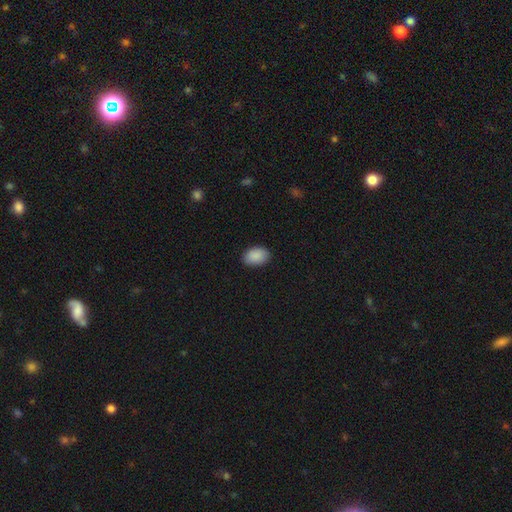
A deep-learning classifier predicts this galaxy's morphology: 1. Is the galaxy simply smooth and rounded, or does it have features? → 90% smooth, 7% star or artifact, 3% featured or disk.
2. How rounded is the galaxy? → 86% in between, 13% round, 1% cigar-shaped.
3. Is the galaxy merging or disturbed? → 87% none, 10% minor disturbance, 2% major disturbance, 1% merger.